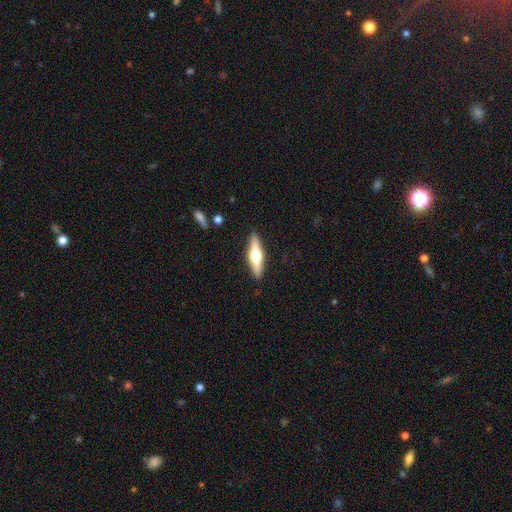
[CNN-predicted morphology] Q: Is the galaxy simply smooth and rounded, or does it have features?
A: featured or disk — 54%.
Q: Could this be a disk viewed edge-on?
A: yes — 94%.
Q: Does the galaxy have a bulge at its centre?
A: rounded — 94%.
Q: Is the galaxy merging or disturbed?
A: none — 89%.